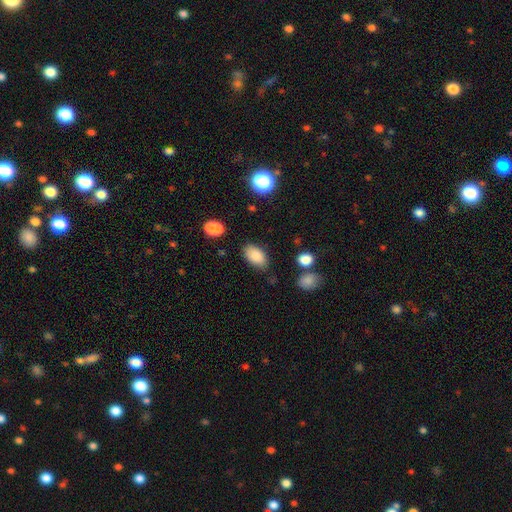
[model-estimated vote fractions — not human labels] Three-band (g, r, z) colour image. It shows a smooth galaxy with no disk features (86%) that is in between round and cigar-shaped (92%). Merging: none (79%).